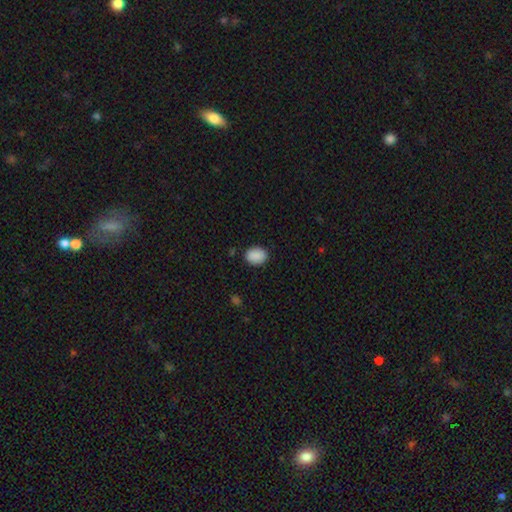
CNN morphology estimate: Q: Smooth or featured?
A: smooth (89%); runner-up: star or artifact (8%)
Q: How rounded?
A: in between (62%); runner-up: round (37%)
Q: Merging?
A: none (86%); runner-up: minor disturbance (11%)